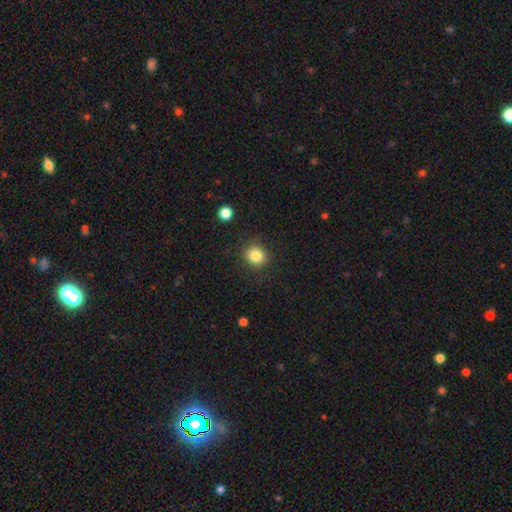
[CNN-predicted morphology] smooth-or-featured: smooth: 84% | star or artifact: 11% | featured or disk: 6%
  how-rounded: round: 82% | in between: 17% | cigar-shaped: 1%
  merging: none: 87% | minor disturbance: 9% | major disturbance: 3% | merger: 2%